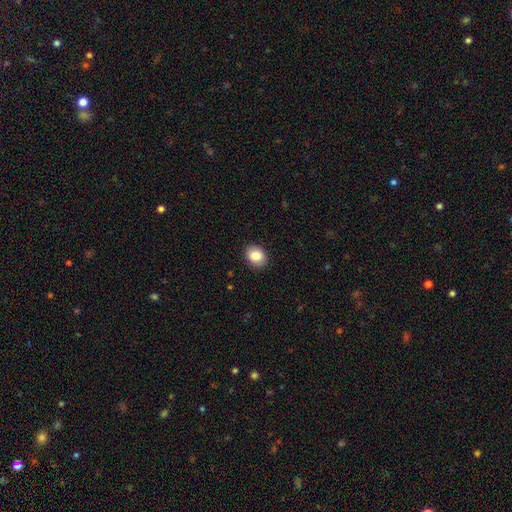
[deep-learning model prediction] A smooth galaxy with no disk features (84%) that is in between round and cigar-shaped (50%). Merging: none (90%).